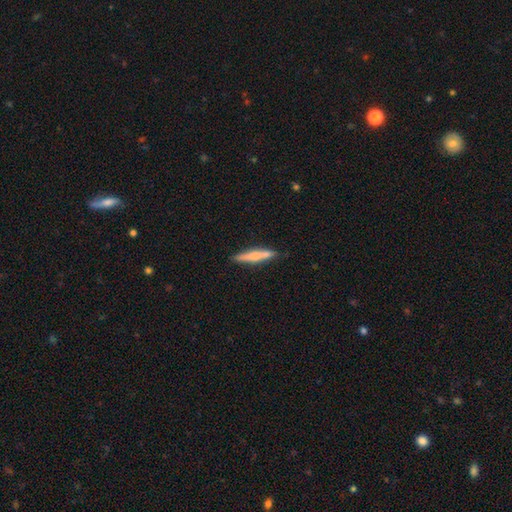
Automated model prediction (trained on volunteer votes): Overall: smooth (62%; featured or disk 32%). How rounded: cigar-shaped (89%). Merging: none (83%).